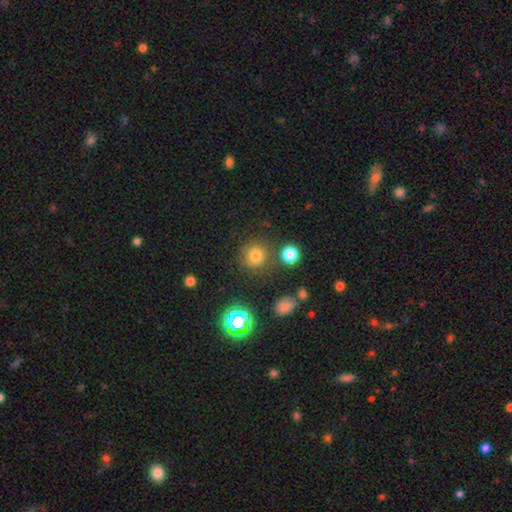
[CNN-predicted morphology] smooth 73%, star or artifact 20%, featured or disk 8%. Down the decision tree: how rounded — round (91%); merging — none (79%).